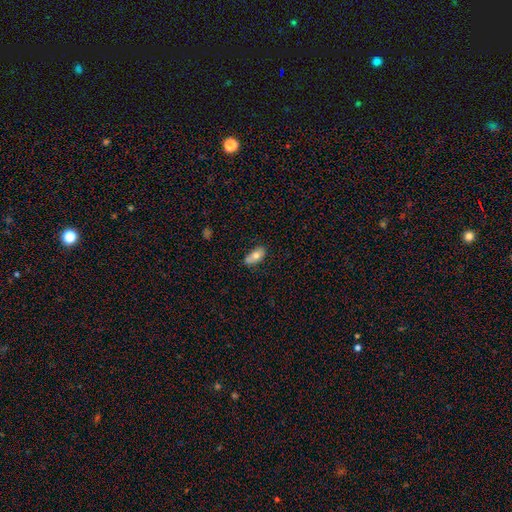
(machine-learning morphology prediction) Smooth or featured: smooth — 72% (featured or disk — 21%)
How rounded: in between — 91% (cigar-shaped — 6%)
Merging: none — 73% (minor disturbance — 20%)